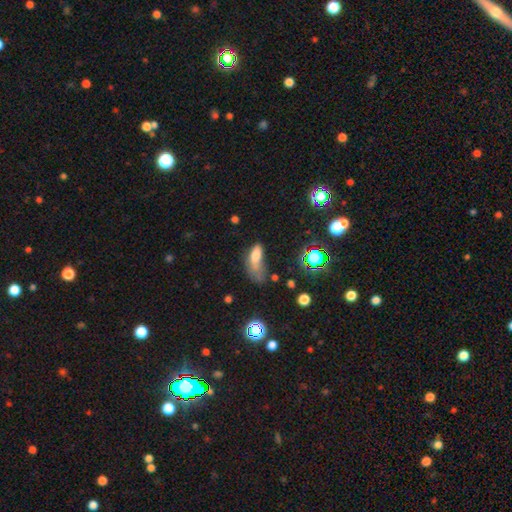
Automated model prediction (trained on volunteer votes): smooth-or-featured: smooth: 67% | featured or disk: 18% | star or artifact: 15%
  how-rounded: in between: 77% | cigar-shaped: 17% | round: 5%
  merging: major disturbance: 43% | minor disturbance: 27% | none: 20% | merger: 9%